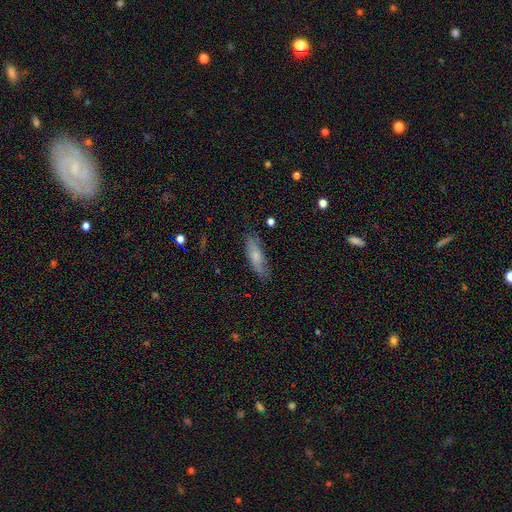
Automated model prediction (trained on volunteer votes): Overall: smooth (66%; featured or disk 27%). How rounded: cigar-shaped (55%; in between 43%). Merging: none (77%).